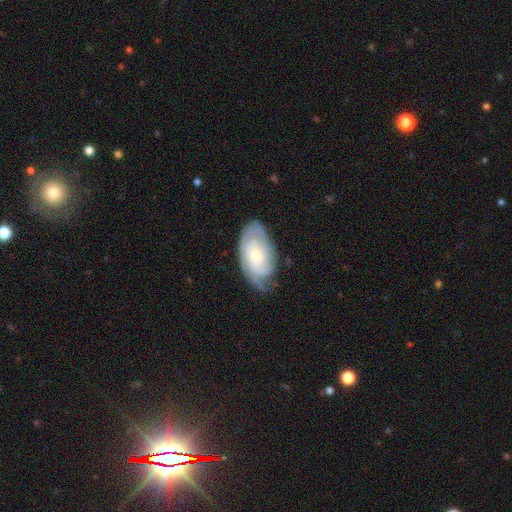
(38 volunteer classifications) A featured or disk galaxy (68%) with no bar (72%), 2 (35%) tight (70%) spiral arms (92%) and a small central bulge (56%). Merging: none (68%).